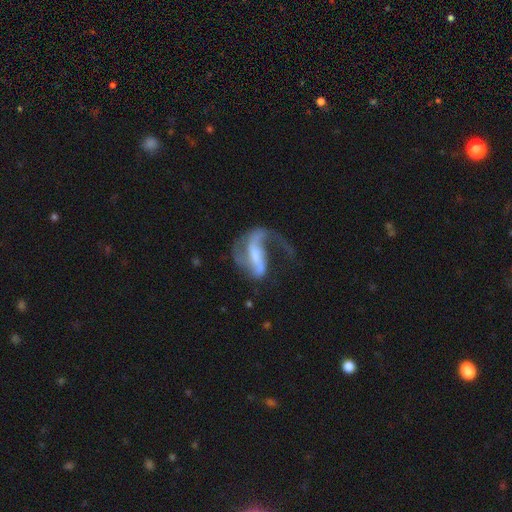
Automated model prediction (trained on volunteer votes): smooth_or_featured: featured or disk (p=0.79) [alt: smooth p=0.14]
disk_edge_on: no (p=0.94) [alt: yes p=0.06]
bar: strong (p=0.43) [alt: weak p=0.36]
has_spiral_arms: yes (p=0.88) [alt: no p=0.12]
spiral_winding: loose (p=0.65) [alt: medium p=0.27]
spiral_arm_count: 1 (p=0.45) [alt: 2 p=0.43]
bulge_size: small (p=0.47) [alt: moderate p=0.30]
merging: major disturbance (p=0.52) [alt: none p=0.29]